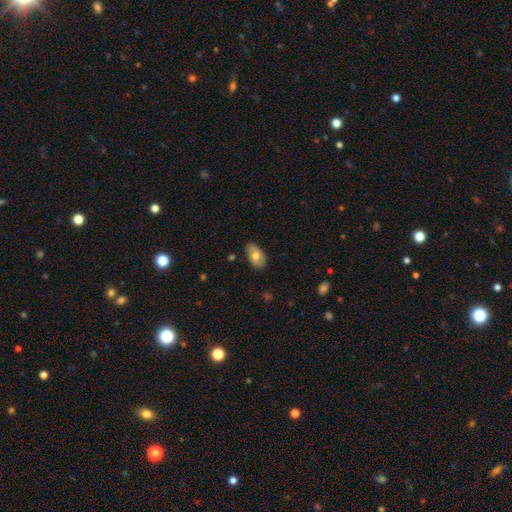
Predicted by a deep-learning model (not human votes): Morphology: type=smooth (68%); roundness=in between (93%); merging=none (83%).